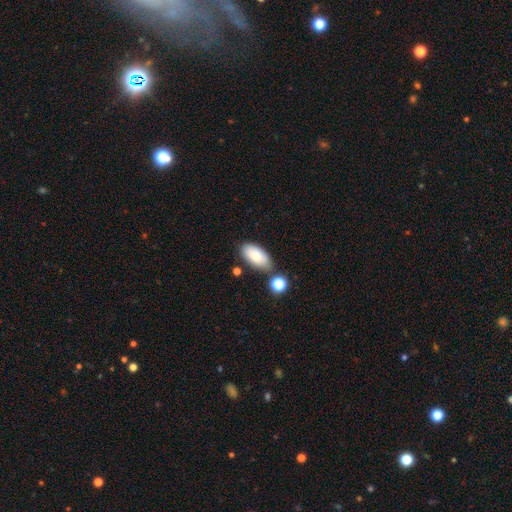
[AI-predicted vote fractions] Smooth or featured?
  - smooth: 83% *
  - featured or disk: 10%
  - star or artifact: 7%
How rounded?
  - in between: 93% *
  - cigar-shaped: 4%
  - round: 3%
Merging?
  - none: 70% *
  - minor disturbance: 16%
  - merger: 10%
  - major disturbance: 4%